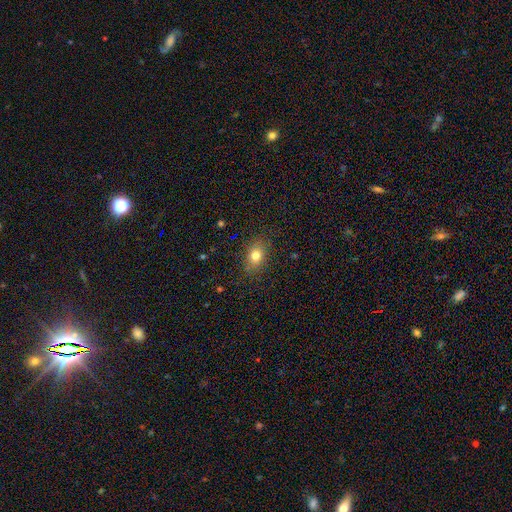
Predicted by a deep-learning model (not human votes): smooth 78%, featured or disk 11%, star or artifact 11%. Down the decision tree: how rounded — in between (72%); merging — none (84%).